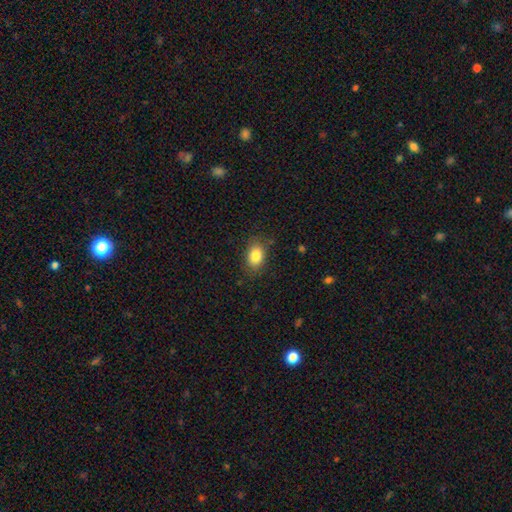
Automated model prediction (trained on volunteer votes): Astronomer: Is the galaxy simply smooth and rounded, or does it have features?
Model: smooth — 84%.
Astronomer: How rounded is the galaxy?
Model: in between — 79%.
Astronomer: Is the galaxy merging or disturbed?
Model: none — 82%.